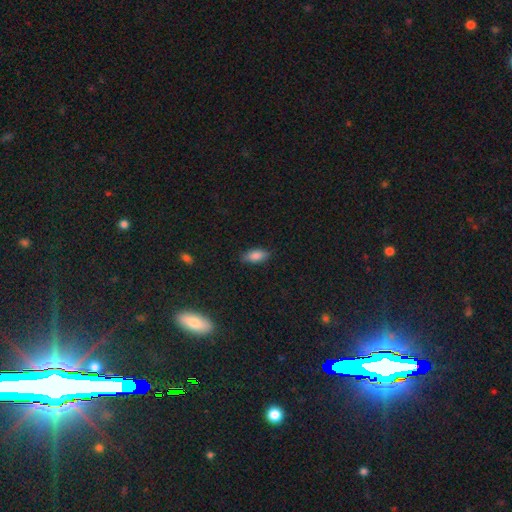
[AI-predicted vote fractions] This appears to be a smooth galaxy with no disk features (84%) that is in between round and cigar-shaped (86%). Merging: none (84%).